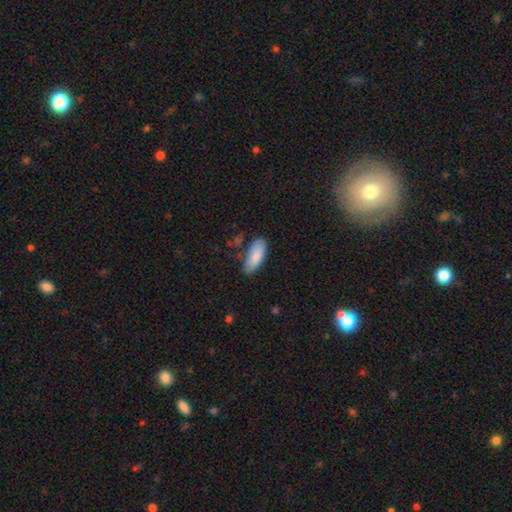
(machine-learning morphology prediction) type=smooth (85%); roundness=in between (81%); merging=none (75%).